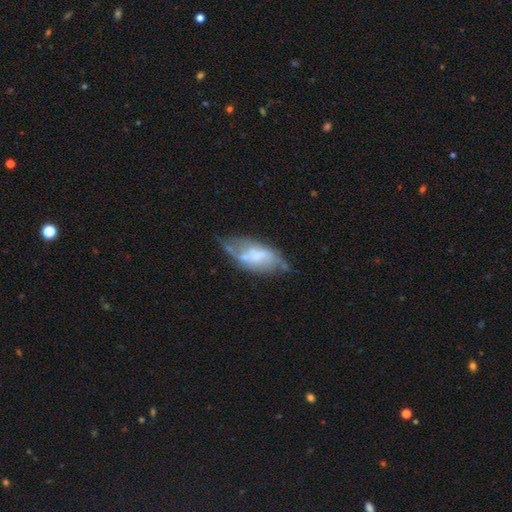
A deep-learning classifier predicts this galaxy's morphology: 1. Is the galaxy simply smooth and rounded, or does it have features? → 53% featured or disk, 39% smooth, 8% star or artifact.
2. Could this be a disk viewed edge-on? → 89% no, 11% yes.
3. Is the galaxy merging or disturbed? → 41% none, 32% minor disturbance, 19% major disturbance, 8% merger.